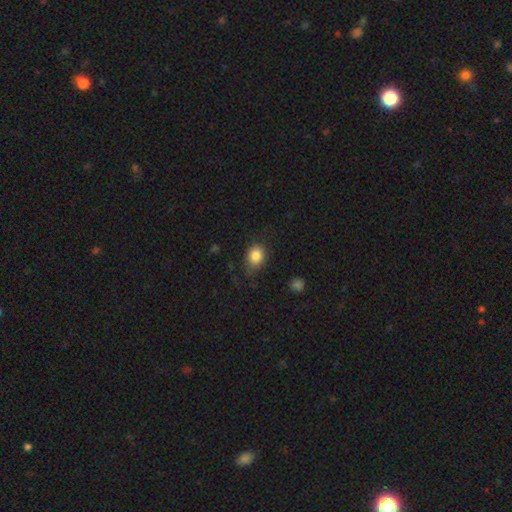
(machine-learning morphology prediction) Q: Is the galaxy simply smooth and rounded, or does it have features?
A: smooth — 84%.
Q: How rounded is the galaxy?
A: in between — 56%.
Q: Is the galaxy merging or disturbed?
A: none — 68%.